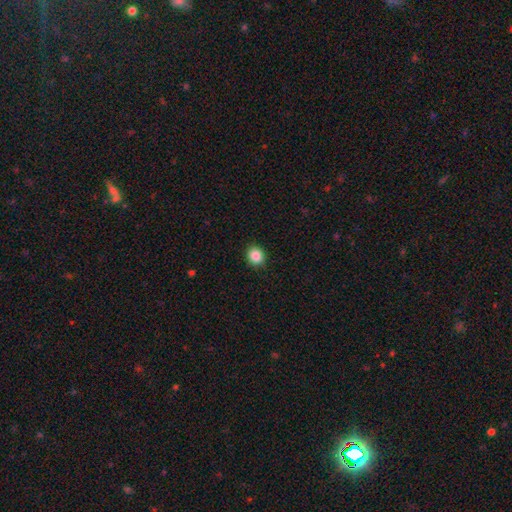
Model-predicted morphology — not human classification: smooth 88%, star or artifact 9%, featured or disk 3%. Down the decision tree: how rounded — round (80%); merging — none (90%).